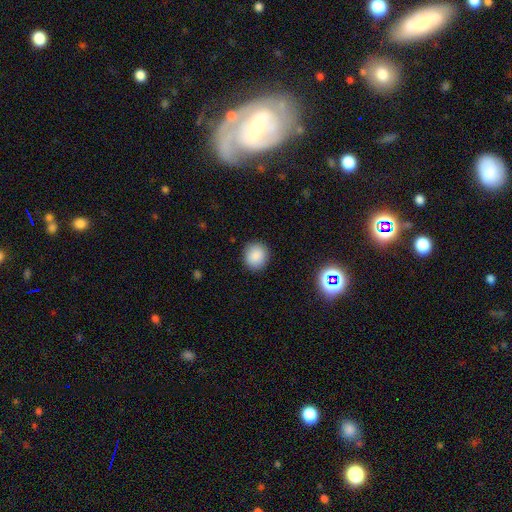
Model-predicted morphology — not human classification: Smooth or featured? smooth (86%)
How rounded? round (88%)
Merging? none (91%)